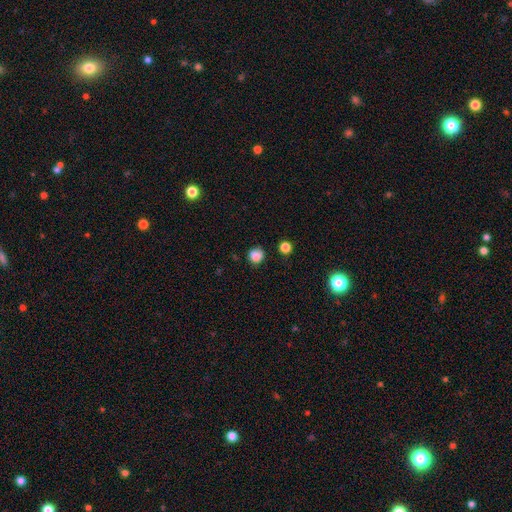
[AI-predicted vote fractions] Q: Smooth or featured?
A: smooth (84%); runner-up: star or artifact (11%)
Q: How rounded?
A: round (82%); runner-up: in between (17%)
Q: Merging?
A: none (73%); runner-up: minor disturbance (19%)